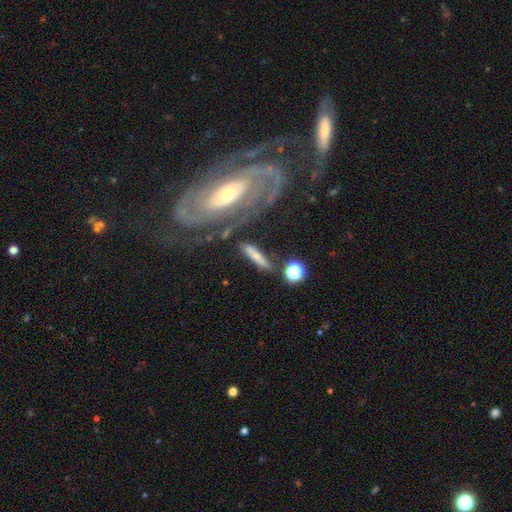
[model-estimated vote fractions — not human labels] Smooth or featured?
  - smooth: 62% *
  - featured or disk: 29%
  - star or artifact: 9%
How rounded?
  - cigar-shaped: 82% *
  - in between: 14%
  - round: 4%
Merging?
  - none: 70% *
  - minor disturbance: 15%
  - merger: 9%
  - major disturbance: 7%